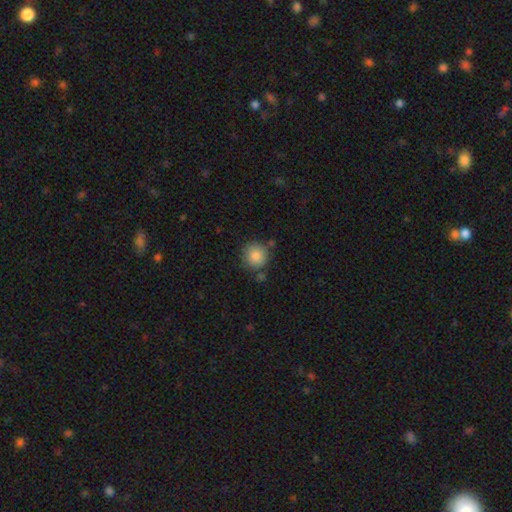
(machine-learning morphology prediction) The model was most divided on "merging": none: 79%, minor disturbance: 11%, merger: 6%, major disturbance: 3%. More confident: how rounded — round (93%); smooth or featured — smooth (85%).